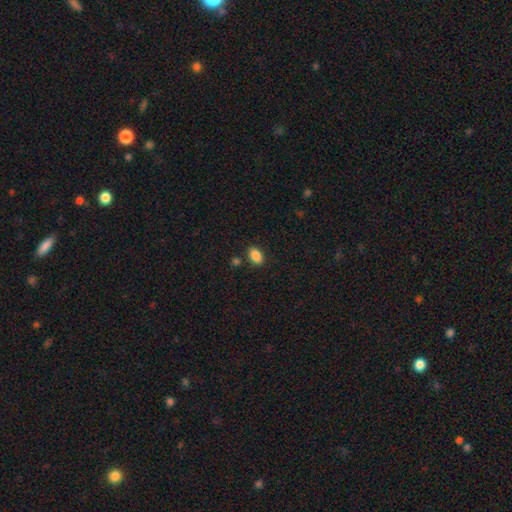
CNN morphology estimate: This is clearly a smooth galaxy (87%). How rounded: clearly in between (84%). Merging: clearly none (83%).